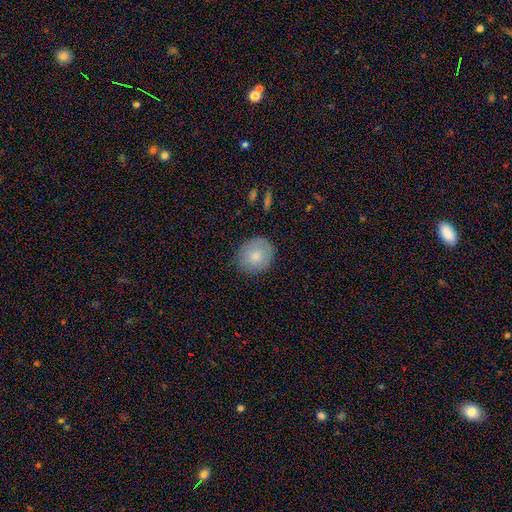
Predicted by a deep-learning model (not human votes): The model was most divided on "how rounded": round: 77%, in between: 22%, cigar-shaped: 1%. More confident: smooth or featured — smooth (80%); merging — none (80%).